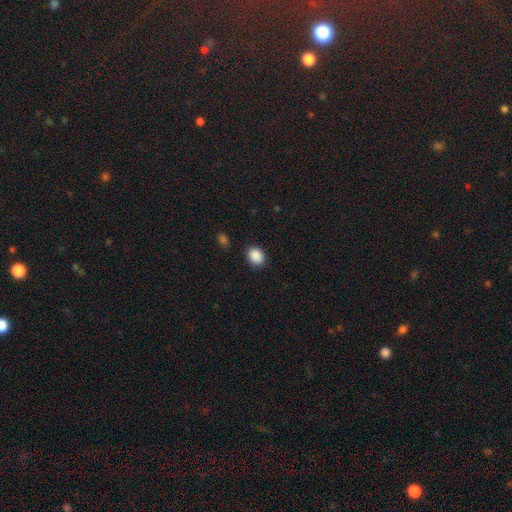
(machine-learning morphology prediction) This appears to be a smooth galaxy with no disk features (89%) that is in between round and cigar-shaped (56%). Merging: none (85%).